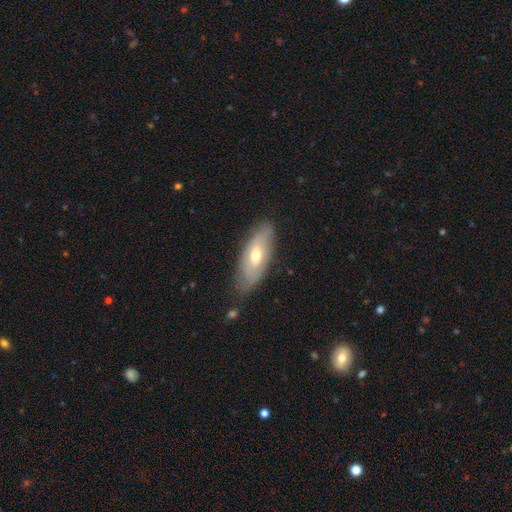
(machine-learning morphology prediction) Smooth or featured? Predicted: smooth (p=0.53). How rounded? Predicted: in between (p=0.76). Merging? Predicted: none (p=0.75).